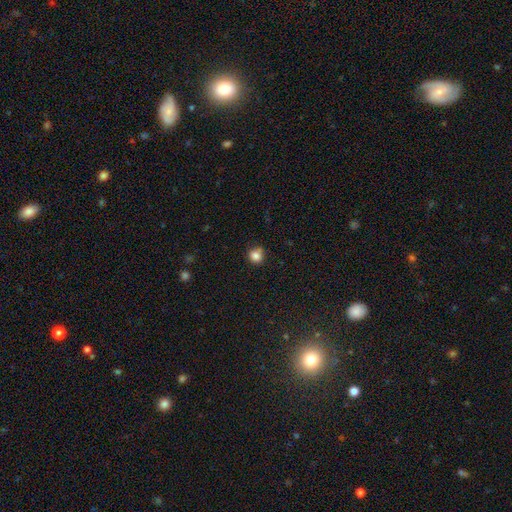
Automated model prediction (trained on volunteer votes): Smooth or featured: smooth — 83% (star or artifact — 12%)
How rounded: round — 85% (in between — 14%)
Merging: none — 73% (minor disturbance — 18%)